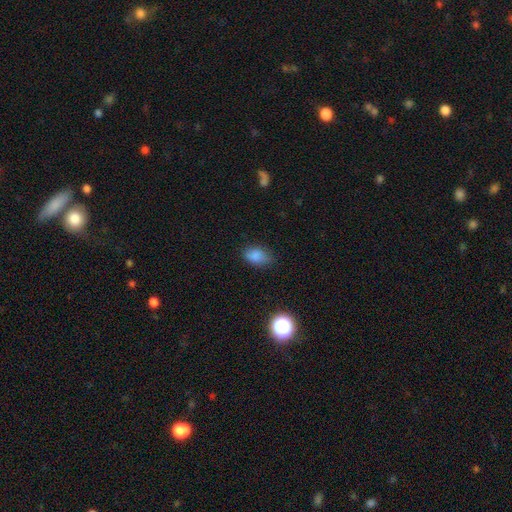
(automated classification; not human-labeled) This appears to be a smooth galaxy with no disk features (81%) that is in between round and cigar-shaped (82%). Merging: none (69%).